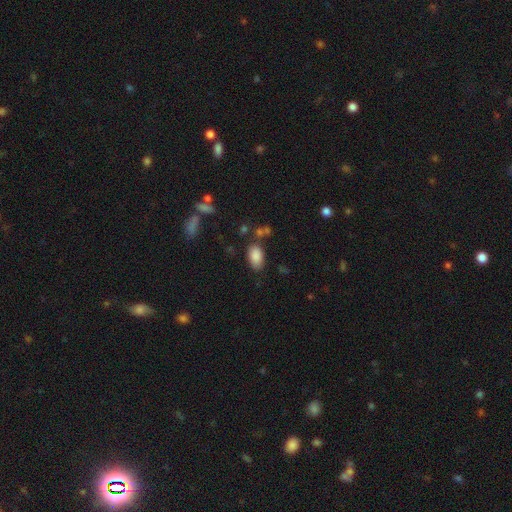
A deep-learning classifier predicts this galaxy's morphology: This appears to be a smooth galaxy with no disk features (86%) that is in between round and cigar-shaped (93%). Merging: none (73%).